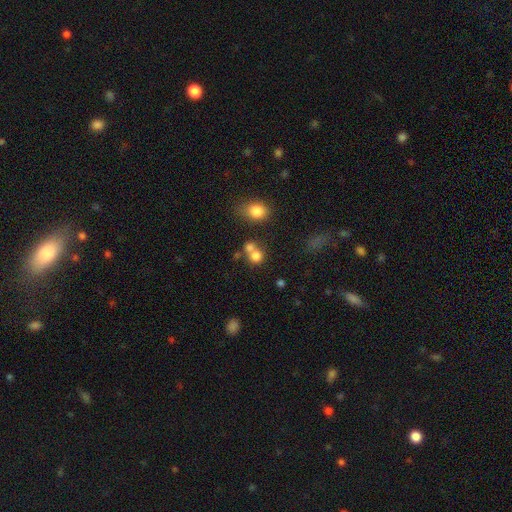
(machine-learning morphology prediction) Smooth or featured? Predicted: smooth (p=0.76). How rounded? Predicted: round (p=0.82). Merging? Predicted: merger (p=0.48).